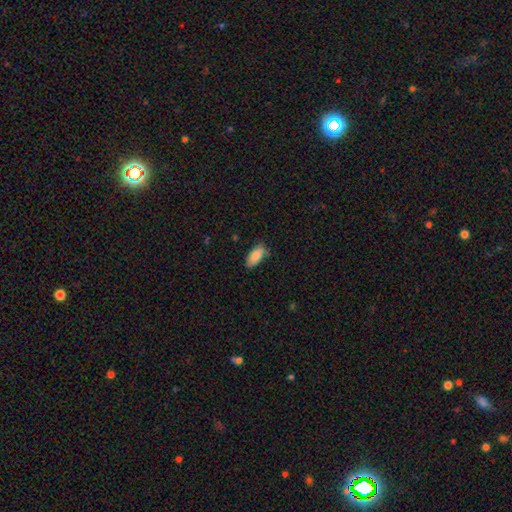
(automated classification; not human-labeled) Smooth or featured? smooth (85%)
How rounded? in between (88%)
Merging? none (79%)